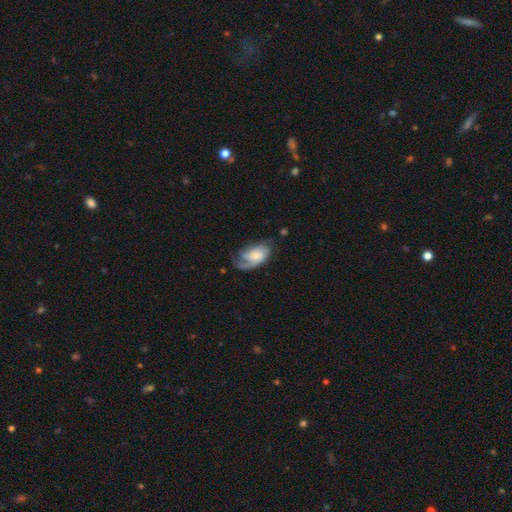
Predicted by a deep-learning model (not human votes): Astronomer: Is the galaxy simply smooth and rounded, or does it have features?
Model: featured or disk — 65%.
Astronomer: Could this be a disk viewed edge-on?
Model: no — 96%.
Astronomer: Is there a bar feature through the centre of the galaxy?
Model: no — 67%.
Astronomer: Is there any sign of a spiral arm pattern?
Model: yes — 89%.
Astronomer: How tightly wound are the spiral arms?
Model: medium — 39% (runner-up: tight, 36%).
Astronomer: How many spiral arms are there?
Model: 2 — 39% (runner-up: 1, 36%).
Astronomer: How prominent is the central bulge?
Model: small — 51% (runner-up: moderate, 33%).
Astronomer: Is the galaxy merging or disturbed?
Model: none — 48% (runner-up: minor disturbance, 27%).